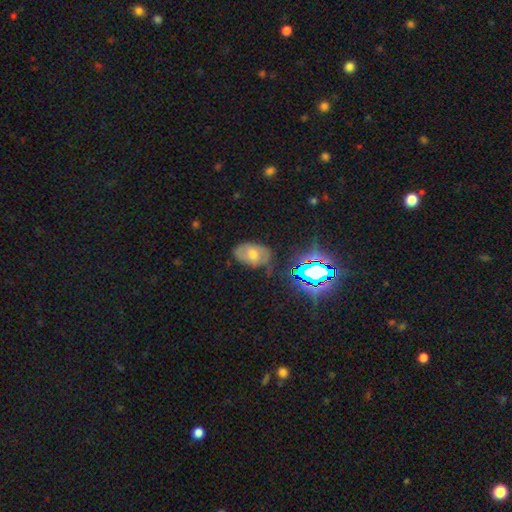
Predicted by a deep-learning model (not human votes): Smooth or featured? featured or disk (39%)
Merging? none (71%)